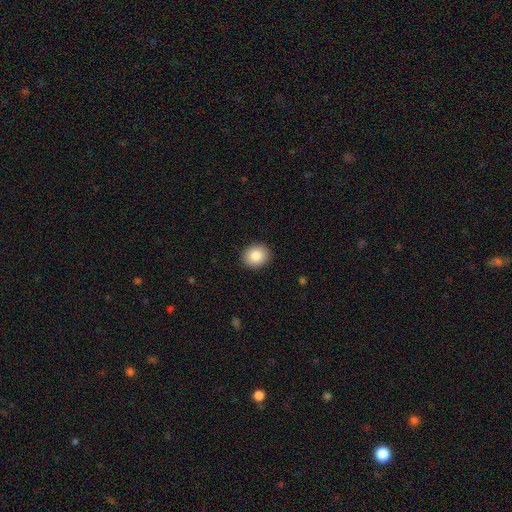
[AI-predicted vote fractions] Smooth or featured?
  - smooth: 85% *
  - star or artifact: 8%
  - featured or disk: 7%
How rounded?
  - round: 67% *
  - in between: 32%
  - cigar-shaped: 1%
Merging?
  - none: 91% *
  - minor disturbance: 6%
  - major disturbance: 2%
  - merger: 1%